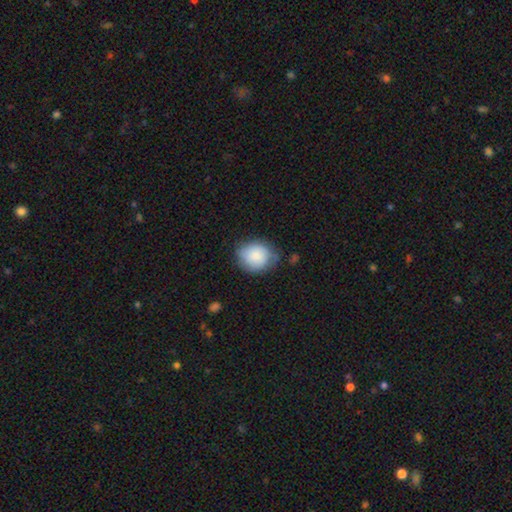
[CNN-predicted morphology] Smooth or featured? smooth (84%)
How rounded? round (66%)
Merging? none (67%)